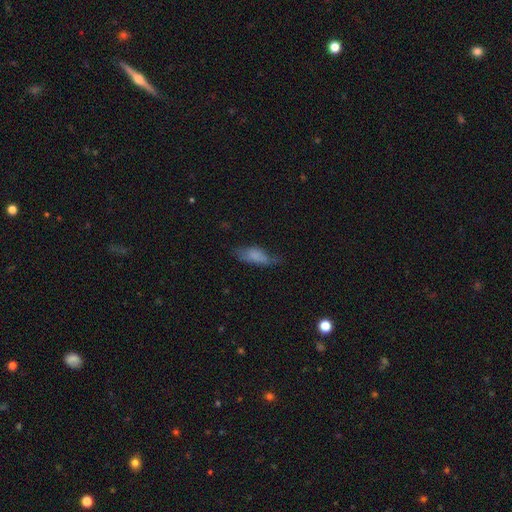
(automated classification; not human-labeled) Overall: smooth (72%). How rounded: in between (71%). Merging: none (45%; minor disturbance 34%).